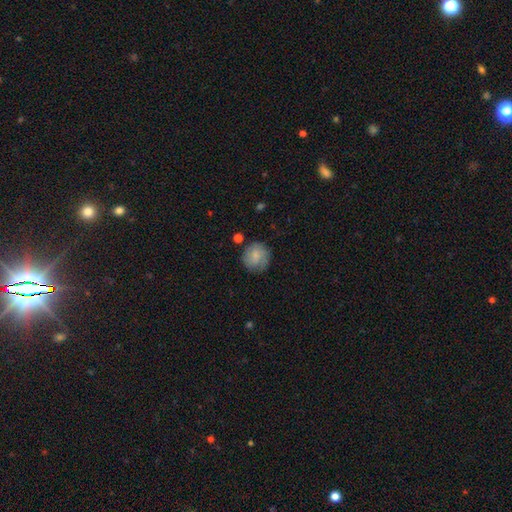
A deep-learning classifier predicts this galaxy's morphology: This appears to be a smooth galaxy with no disk features (76%) that is round (88%). Merging: none (74%).